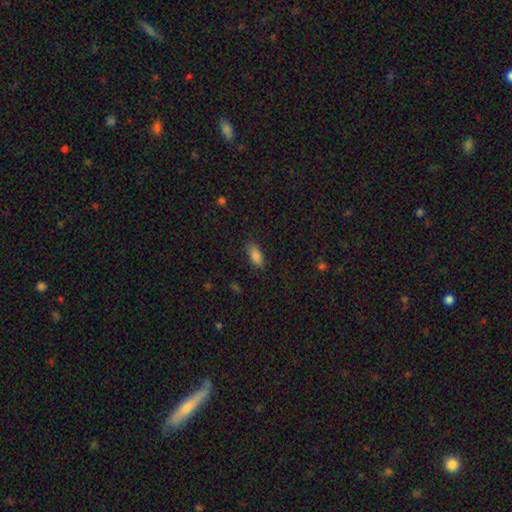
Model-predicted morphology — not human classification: type=smooth (87%); roundness=in between (87%); merging=none (84%).